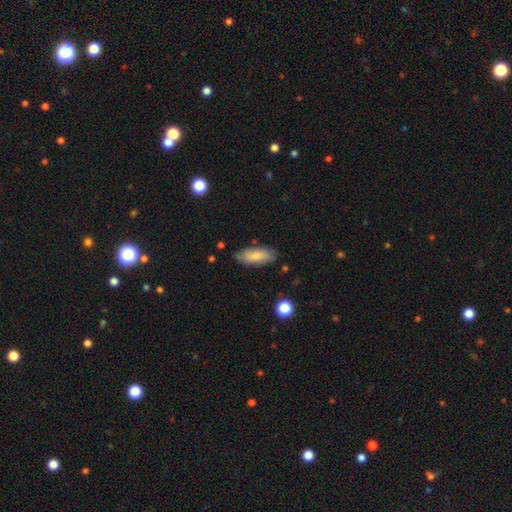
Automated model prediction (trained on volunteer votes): A smooth galaxy with no disk features (79%) that is in between round and cigar-shaped (73%). Merging: none (80%).